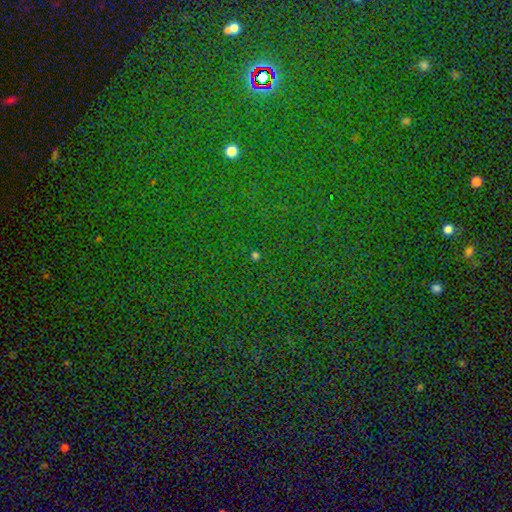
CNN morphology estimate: Smooth or featured: star or artifact — 71% (smooth — 21%)